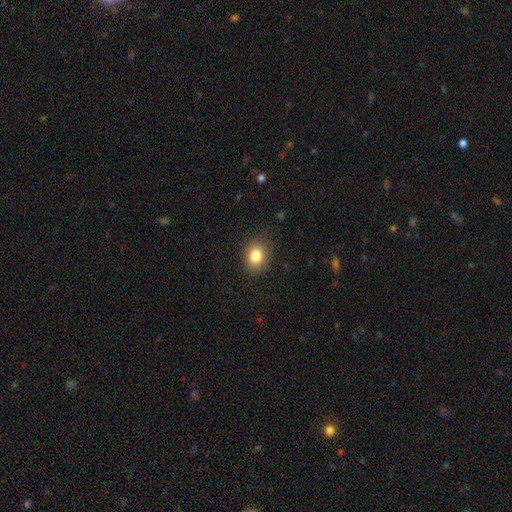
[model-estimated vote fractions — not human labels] This is clearly a smooth galaxy (82%). How rounded: possibly in between (53%). Merging: clearly none (85%).